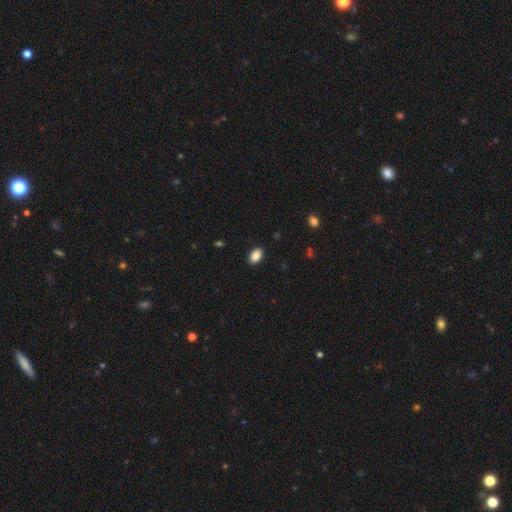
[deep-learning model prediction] A smooth galaxy with no disk features (87%) that is in between round and cigar-shaped (87%).

Vote fractions:
- Smooth or featured? smooth: 87% / star or artifact: 8% / featured or disk: 5%
- How rounded? in between: 87% / round: 11% / cigar-shaped: 1%
- Merging? none: 90% / minor disturbance: 8% / major disturbance: 2% / merger: 1%